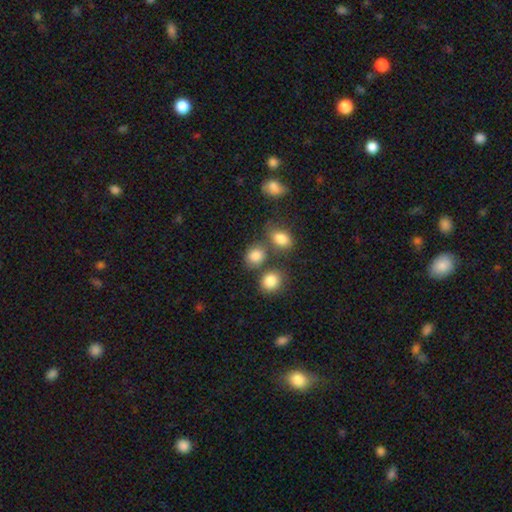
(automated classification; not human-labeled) A smooth galaxy with no disk features (82%) that is round (55%).

Vote fractions:
- Smooth or featured? smooth: 82% / star or artifact: 11% / featured or disk: 7%
- How rounded? round: 55% / in between: 44% / cigar-shaped: 1%
- Merging? none: 60% / merger: 22% / minor disturbance: 13% / major disturbance: 5%